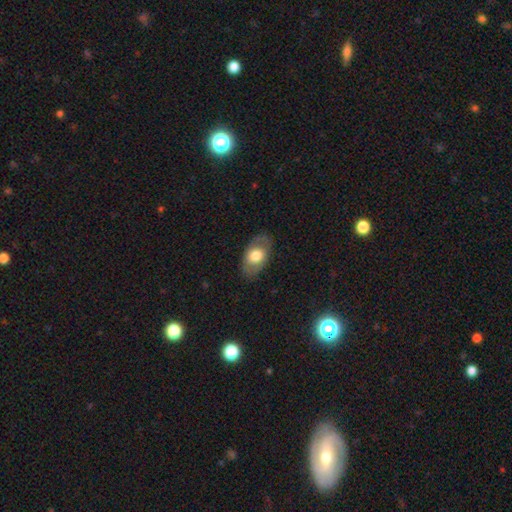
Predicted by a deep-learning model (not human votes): smooth_or_featured: smooth (p=0.61) [alt: featured or disk p=0.33]
how_rounded: in between (p=0.89) [alt: round p=0.09]
merging: none (p=0.81) [alt: minor disturbance p=0.13]